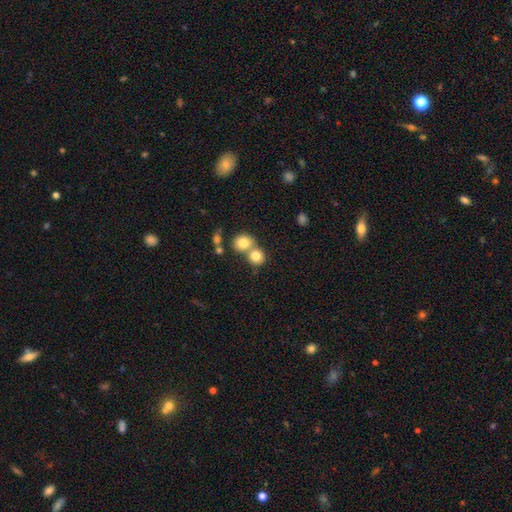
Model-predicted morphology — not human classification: Smooth or featured: smooth — 79% (featured or disk — 11%)
How rounded: round — 81% (in between — 18%)
Merging: merger — 49% (none — 42%)